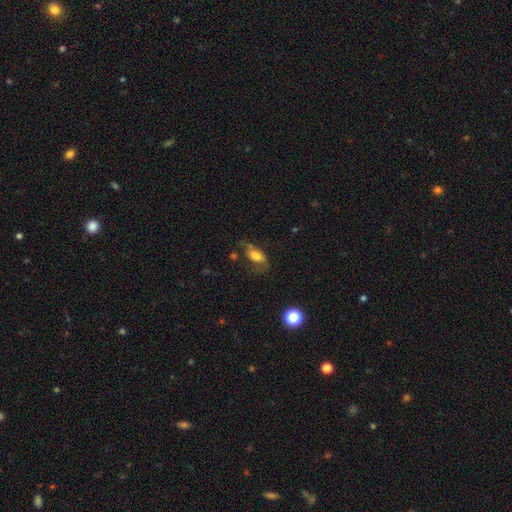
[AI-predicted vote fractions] A smooth galaxy with no disk features (64%) that is in between round and cigar-shaped (84%).

Vote fractions:
- Smooth or featured? smooth: 64% / featured or disk: 26% / star or artifact: 10%
- How rounded? in between: 84% / cigar-shaped: 8% / round: 8%
- Merging? none: 42% / minor disturbance: 27% / major disturbance: 26% / merger: 5%